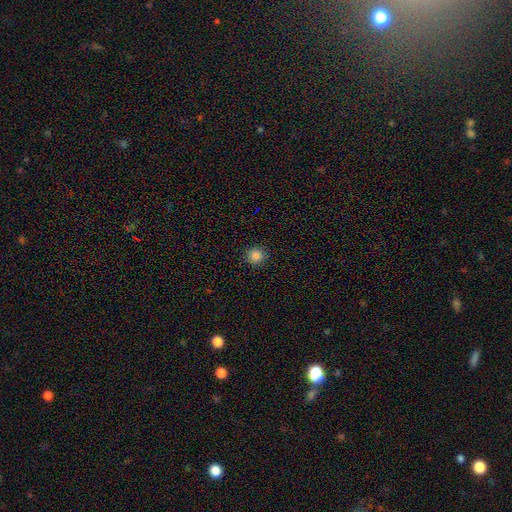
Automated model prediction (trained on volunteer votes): smooth_or_featured: smooth (p=0.84) [alt: star or artifact p=0.12]
how_rounded: round (p=0.93) [alt: in between p=0.06]
merging: none (p=0.91) [alt: minor disturbance p=0.06]